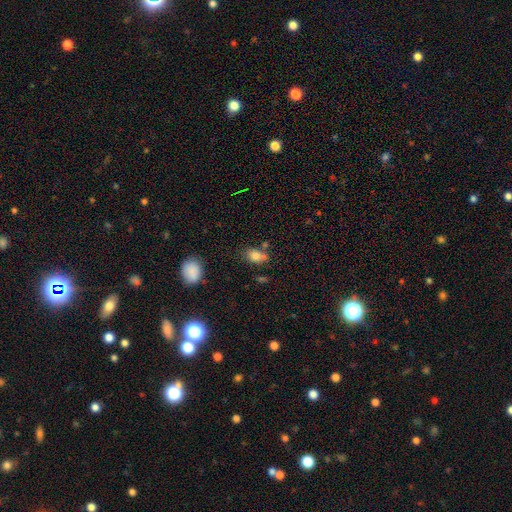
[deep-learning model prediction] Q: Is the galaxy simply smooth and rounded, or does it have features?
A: smooth — 78%.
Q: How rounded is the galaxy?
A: in between — 67%.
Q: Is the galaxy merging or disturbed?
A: none — 53%.